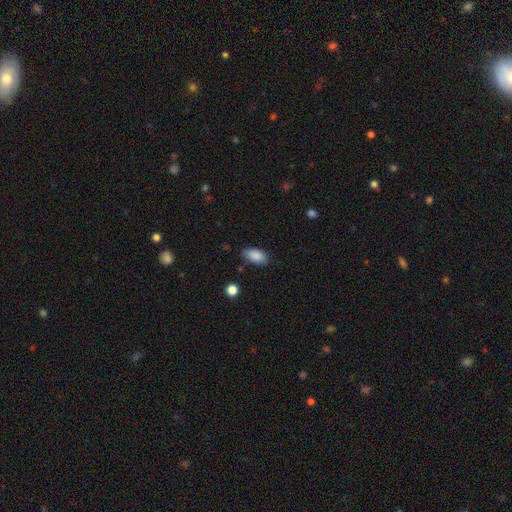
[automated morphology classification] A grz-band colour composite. It shows a smooth galaxy with no disk features (88%) that is in between round and cigar-shaped (93%). Merging: none (81%).